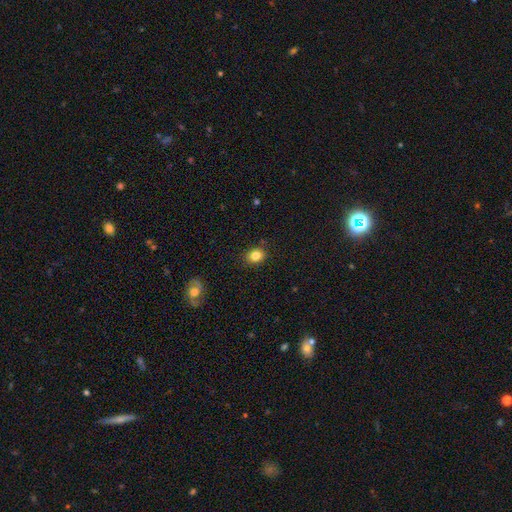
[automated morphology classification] Smooth or featured? smooth (83%)
How rounded? round (54%)
Merging? none (85%)